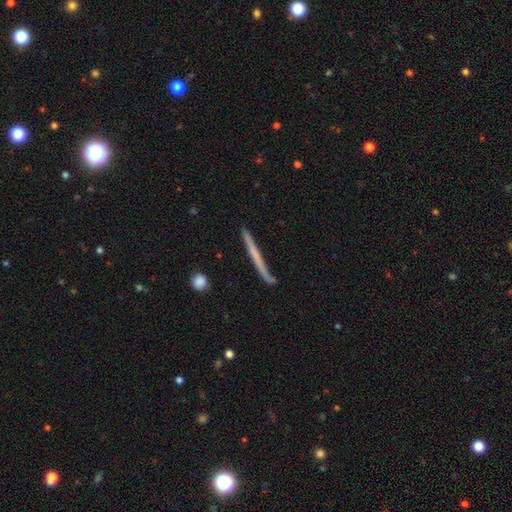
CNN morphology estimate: Smooth or featured? Predicted: featured or disk (p=0.50). Edge-on disk? Predicted: yes (p=0.97). Merging? Predicted: none (p=0.85).